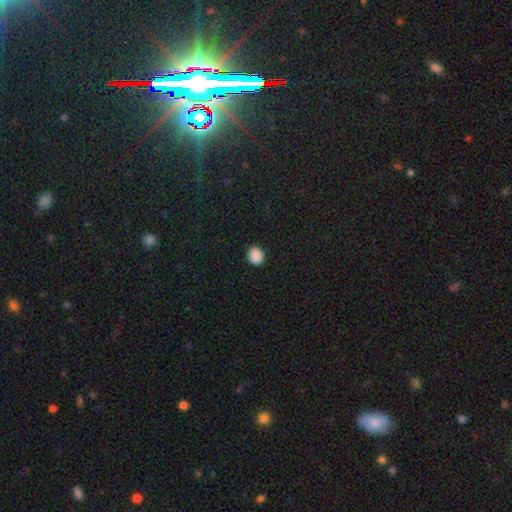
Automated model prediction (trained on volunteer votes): smooth 89%, star or artifact 9%, featured or disk 2%. Down the decision tree: how rounded — round (77%); merging — none (90%).